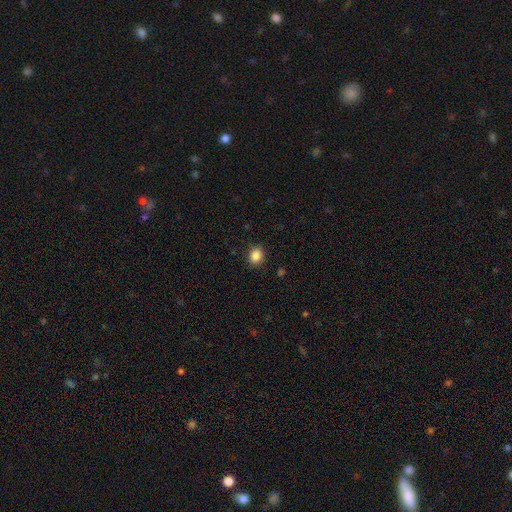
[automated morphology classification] smooth 87%, star or artifact 10%, featured or disk 3%. Down the decision tree: how rounded — round (66%); merging — none (88%).